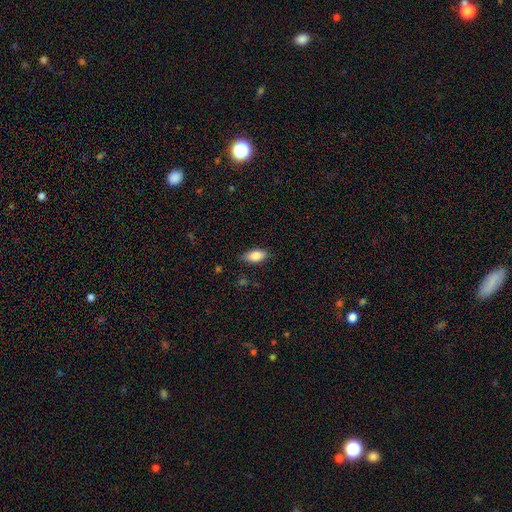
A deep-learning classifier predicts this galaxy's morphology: smooth_or_featured: smooth (p=0.82) [alt: featured or disk p=0.11]
how_rounded: in between (p=0.88) [alt: cigar-shaped p=0.08]
merging: none (p=0.81) [alt: minor disturbance p=0.15]